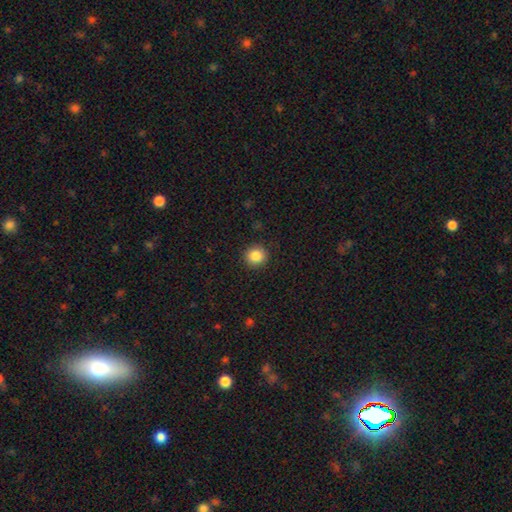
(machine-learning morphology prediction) type=smooth (85%); roundness=round (91%); merging=none (92%).